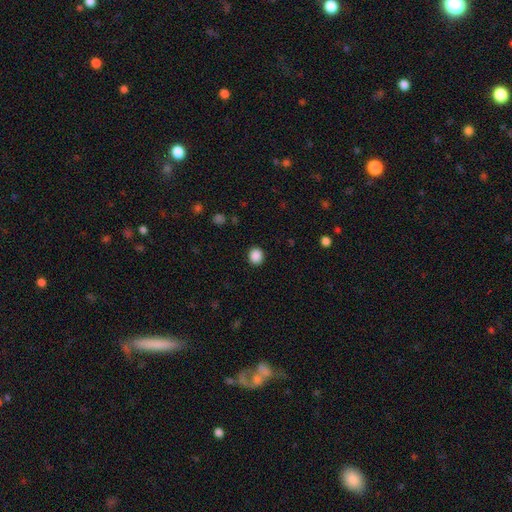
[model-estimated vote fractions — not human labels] A smooth galaxy with no disk features (88%) that is round (80%). Merging: none (90%).